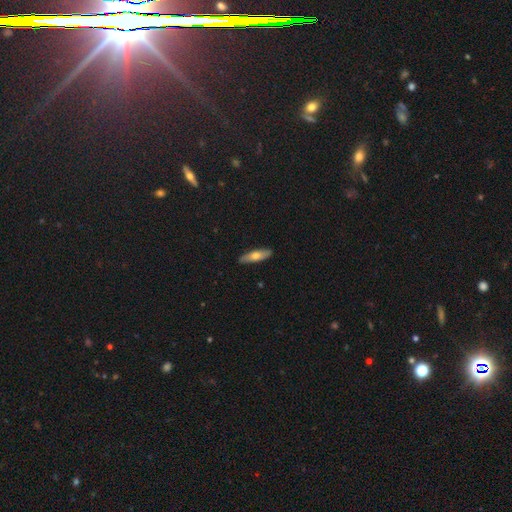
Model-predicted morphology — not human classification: Smooth or featured? Predicted: smooth (p=0.61). How rounded? Predicted: cigar-shaped (p=0.65). Merging? Predicted: none (p=0.89).